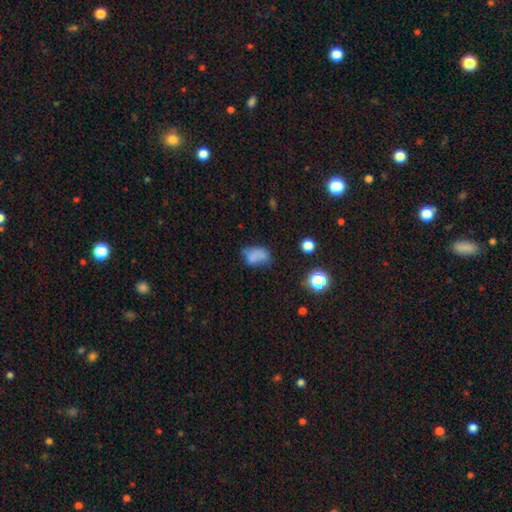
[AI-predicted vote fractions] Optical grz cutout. It shows a smooth galaxy with no disk features (70%) that is in between round and cigar-shaped (82%). Merging: none (35%).